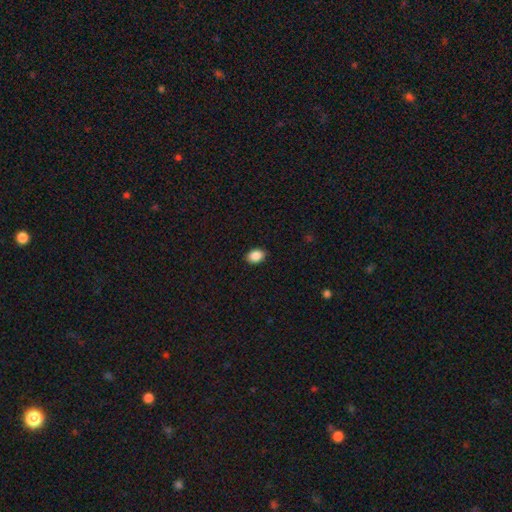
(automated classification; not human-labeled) Smooth or featured?
  - smooth: 89% *
  - star or artifact: 8%
  - featured or disk: 3%
How rounded?
  - in between: 73% *
  - round: 26%
  - cigar-shaped: 1%
Merging?
  - none: 90% *
  - minor disturbance: 7%
  - major disturbance: 2%
  - merger: 1%